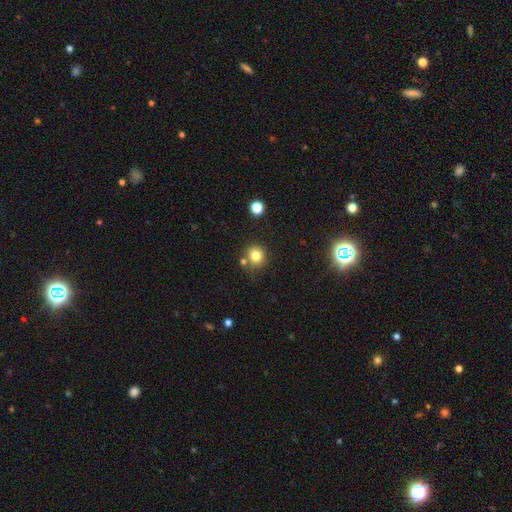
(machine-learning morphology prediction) smooth_or_featured: smooth (p=0.80) [alt: star or artifact p=0.13]
how_rounded: round (p=0.87) [alt: in between p=0.12]
merging: none (p=0.74) [alt: merger p=0.13]